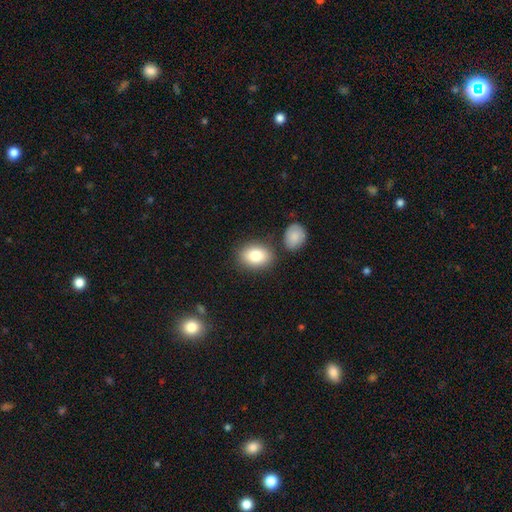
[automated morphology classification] smooth-or-featured: smooth: 83% | featured or disk: 10% | star or artifact: 8%
  how-rounded: in between: 74% | round: 25% | cigar-shaped: 1%
  merging: none: 75% | minor disturbance: 12% | merger: 10% | major disturbance: 3%